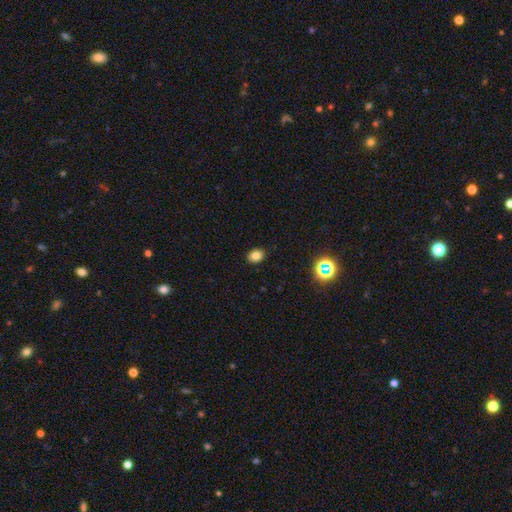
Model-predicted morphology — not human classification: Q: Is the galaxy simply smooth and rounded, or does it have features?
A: smooth — 81%.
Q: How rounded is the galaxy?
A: in between — 60%.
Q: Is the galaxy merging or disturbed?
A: none — 89%.